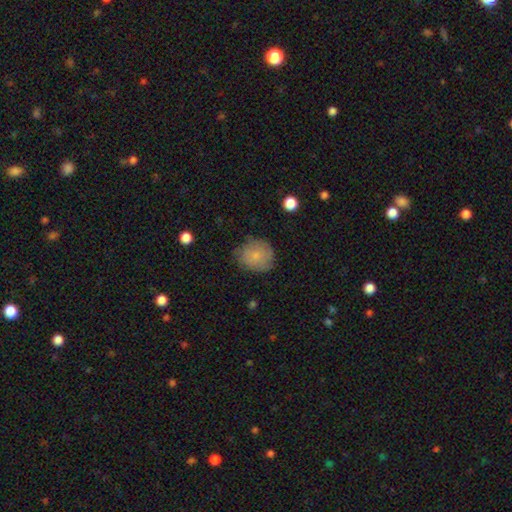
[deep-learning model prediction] Morphology: type=smooth (74%); roundness=round (78%); merging=none (72%).